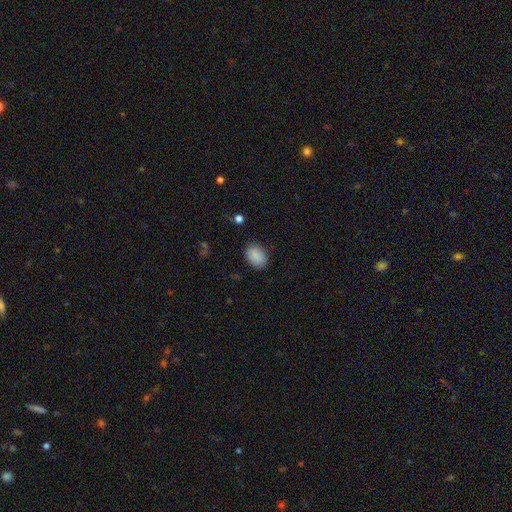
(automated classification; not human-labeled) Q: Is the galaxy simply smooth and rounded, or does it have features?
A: smooth — 87%.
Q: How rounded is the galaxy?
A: in between — 77%.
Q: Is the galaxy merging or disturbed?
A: none — 83%.